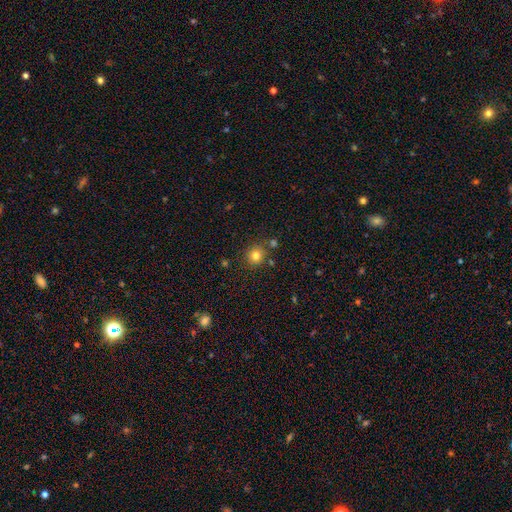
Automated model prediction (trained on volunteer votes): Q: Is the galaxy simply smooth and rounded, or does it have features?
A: smooth — 79%.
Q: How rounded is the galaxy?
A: round — 89%.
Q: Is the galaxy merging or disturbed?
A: none — 81%.